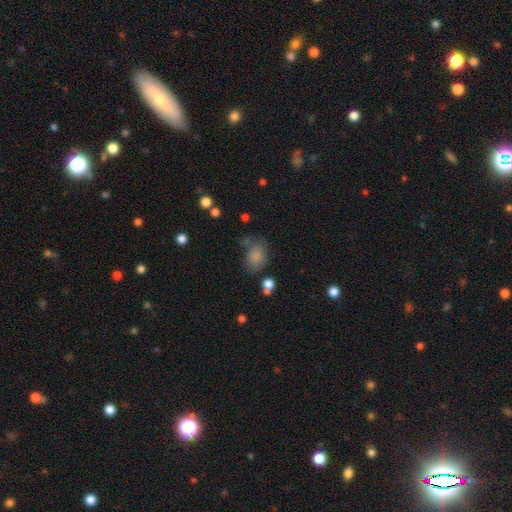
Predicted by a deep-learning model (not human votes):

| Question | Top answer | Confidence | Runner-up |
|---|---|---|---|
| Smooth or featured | smooth | 80% | star or artifact (12%) |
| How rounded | in between | 60% | round (39%) |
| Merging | none | 51% | minor disturbance (26%) |